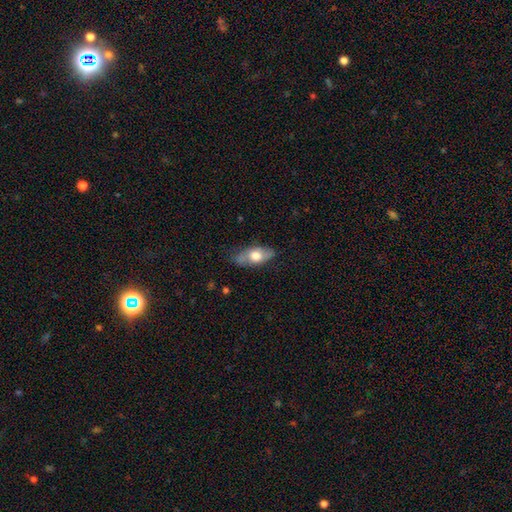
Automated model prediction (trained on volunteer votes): smooth 62%, featured or disk 32%, star or artifact 6%. Down the decision tree: how rounded — in between (83%); merging — none (72%).